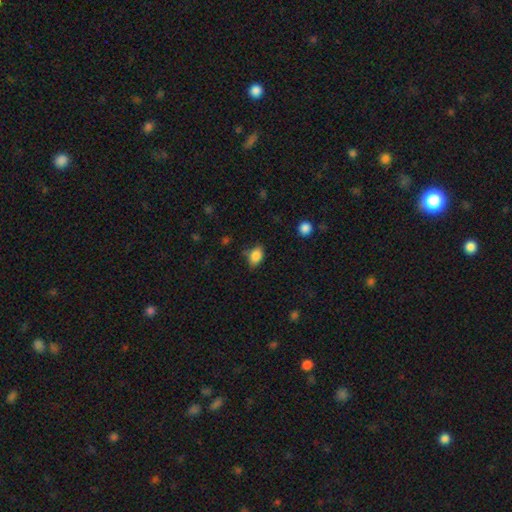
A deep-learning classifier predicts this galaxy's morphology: This is clearly a smooth galaxy (86%). How rounded: clearly in between (81%). Merging: likely none (72%).